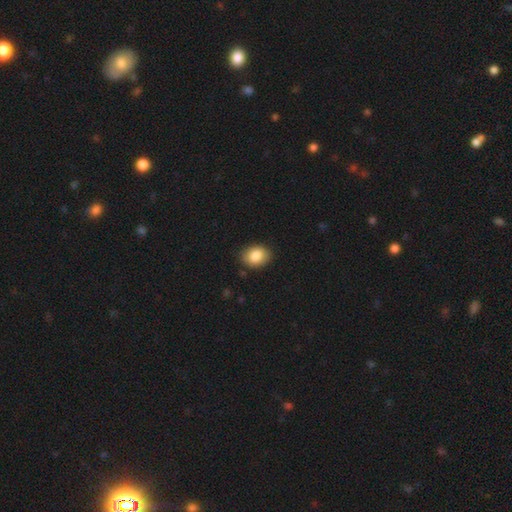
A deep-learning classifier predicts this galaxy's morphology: Smooth or featured: smooth — 86% (star or artifact — 8%)
How rounded: in between — 67% (round — 32%)
Merging: none — 86% (minor disturbance — 11%)